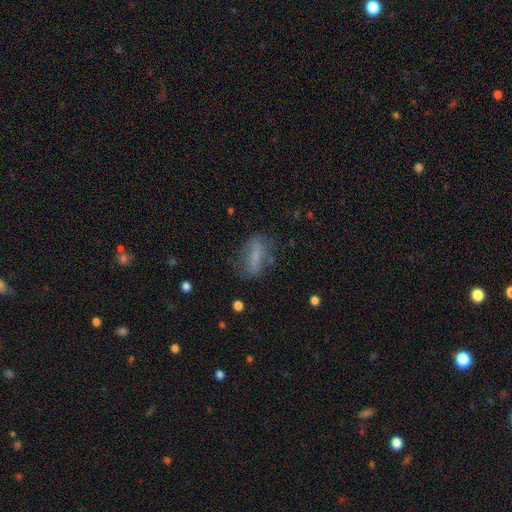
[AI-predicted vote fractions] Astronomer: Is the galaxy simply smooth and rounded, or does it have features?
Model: smooth — 57% (runner-up: featured or disk, 33%).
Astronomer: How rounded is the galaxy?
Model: in between — 54% (runner-up: cigar-shaped, 40%).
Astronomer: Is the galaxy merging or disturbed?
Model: none — 67%.